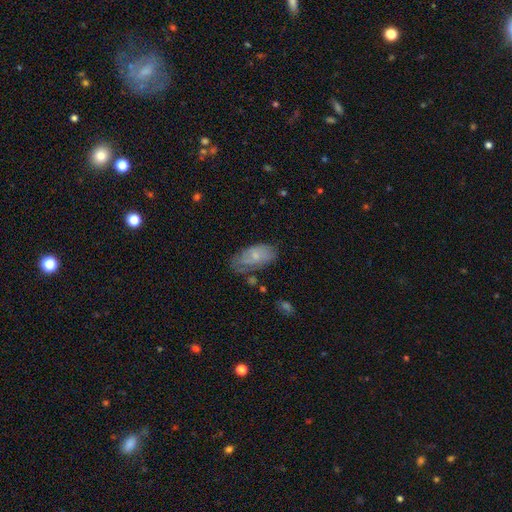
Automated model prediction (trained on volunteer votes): Smooth or featured? smooth (53%)
How rounded? in between (92%)
Merging? none (56%)